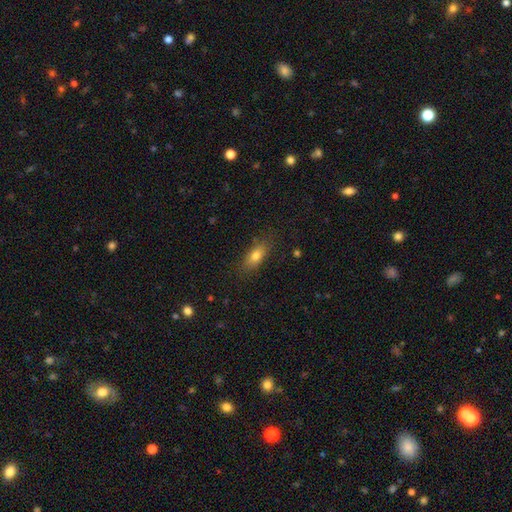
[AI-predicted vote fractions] Smooth or featured?
  - smooth: 78% *
  - featured or disk: 14%
  - star or artifact: 9%
How rounded?
  - in between: 79% *
  - cigar-shaped: 15%
  - round: 6%
Merging?
  - none: 82% *
  - minor disturbance: 13%
  - major disturbance: 4%
  - merger: 1%